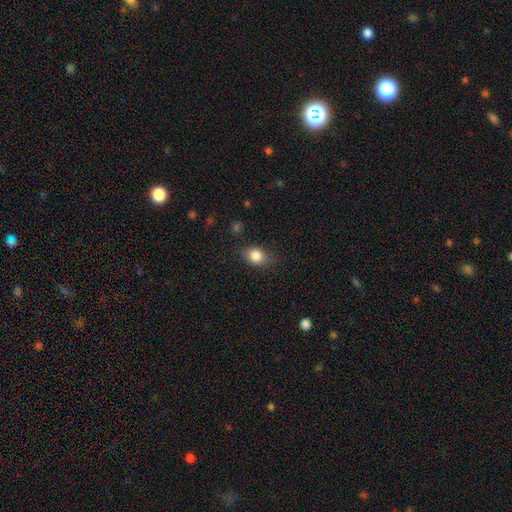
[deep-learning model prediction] smooth 84%, star or artifact 10%, featured or disk 6%. Down the decision tree: how rounded — in between (53%); merging — none (76%).